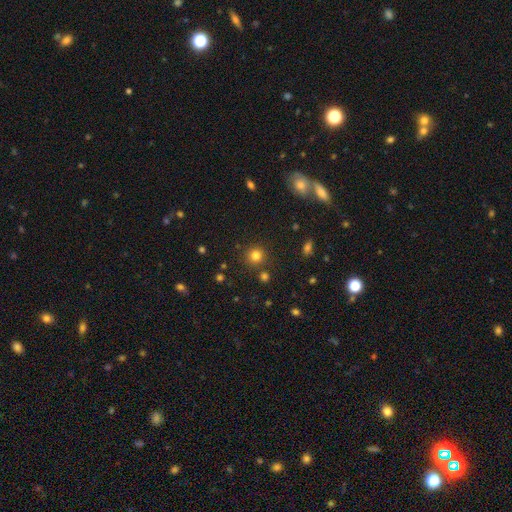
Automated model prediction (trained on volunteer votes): This is likely a smooth galaxy (80%). How rounded: clearly round (92%). Merging: clearly none (85%).